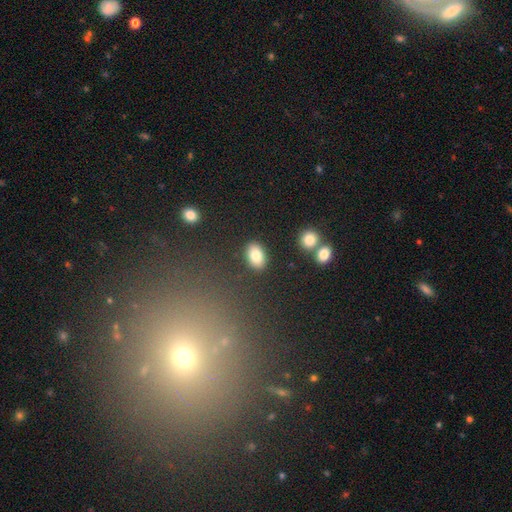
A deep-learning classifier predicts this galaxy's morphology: smooth-or-featured: smooth: 83% | featured or disk: 9% | star or artifact: 9%
  how-rounded: in between: 87% | round: 11% | cigar-shaped: 1%
  merging: none: 87% | minor disturbance: 8% | merger: 3% | major disturbance: 2%